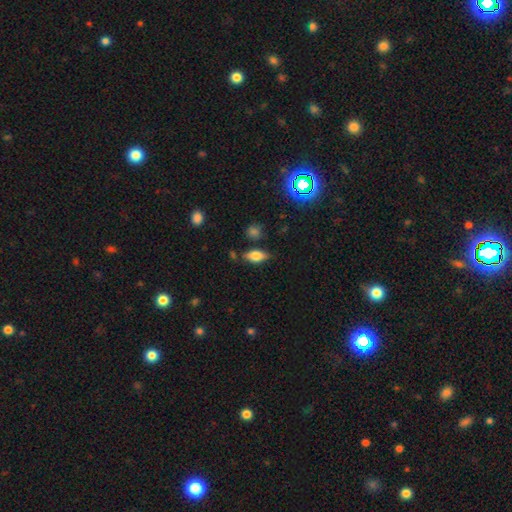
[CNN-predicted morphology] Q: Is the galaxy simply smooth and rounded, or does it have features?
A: smooth — 68%.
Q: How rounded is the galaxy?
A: in between — 81%.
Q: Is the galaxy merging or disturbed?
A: none — 75%.